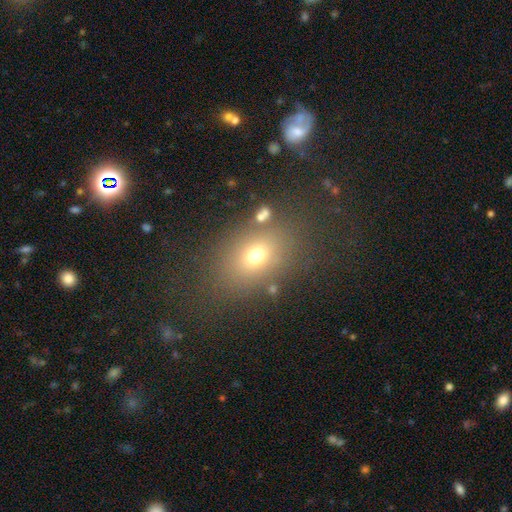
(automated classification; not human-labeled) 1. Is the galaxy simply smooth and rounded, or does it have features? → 68% smooth, 17% star or artifact, 14% featured or disk.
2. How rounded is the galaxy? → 69% in between, 29% round, 2% cigar-shaped.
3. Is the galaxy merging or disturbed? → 76% none, 12% minor disturbance, 7% major disturbance, 5% merger.